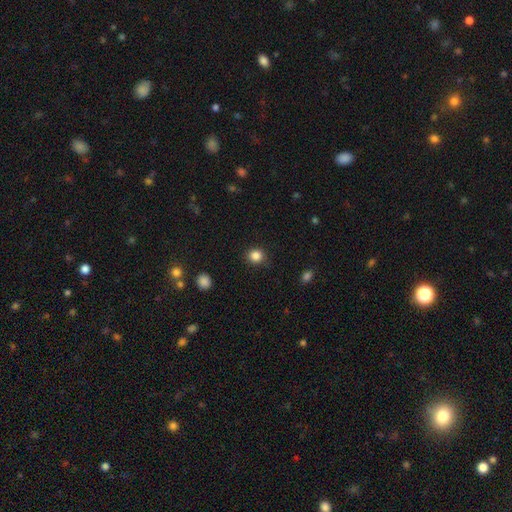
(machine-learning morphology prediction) smooth 85%, star or artifact 11%, featured or disk 4%. Down the decision tree: how rounded — round (85%); merging — none (87%).